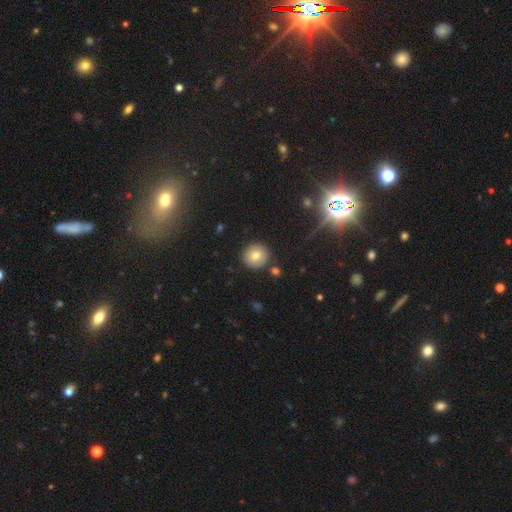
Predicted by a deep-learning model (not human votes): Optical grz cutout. It shows a smooth galaxy with no disk features (73%) that is round (94%). Merging: none (87%).